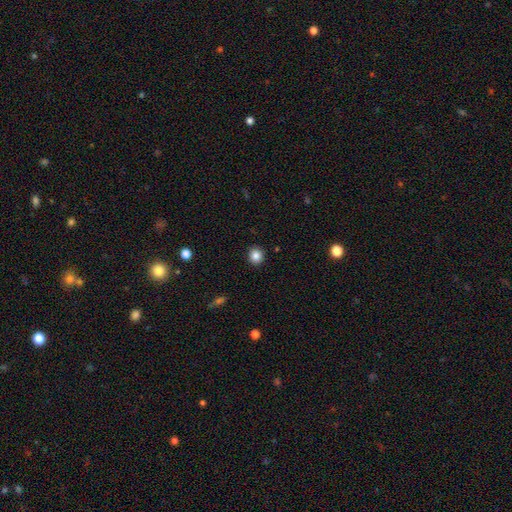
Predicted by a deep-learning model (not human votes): smooth 85%, star or artifact 11%, featured or disk 5%. Down the decision tree: how rounded — round (86%); merging — none (91%).